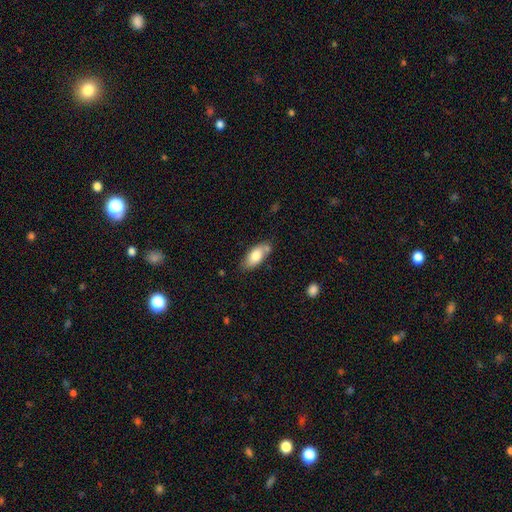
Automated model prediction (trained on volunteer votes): smooth 75%, featured or disk 19%, star or artifact 7%. Down the decision tree: how rounded — in between (85%); merging — none (69%).